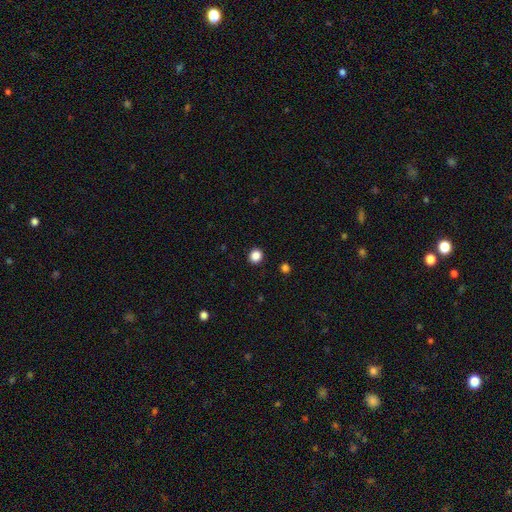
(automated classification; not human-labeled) Q: Smooth or featured?
A: smooth (86%); runner-up: star or artifact (11%)
Q: How rounded?
A: round (83%); runner-up: in between (16%)
Q: Merging?
A: none (92%); runner-up: minor disturbance (5%)